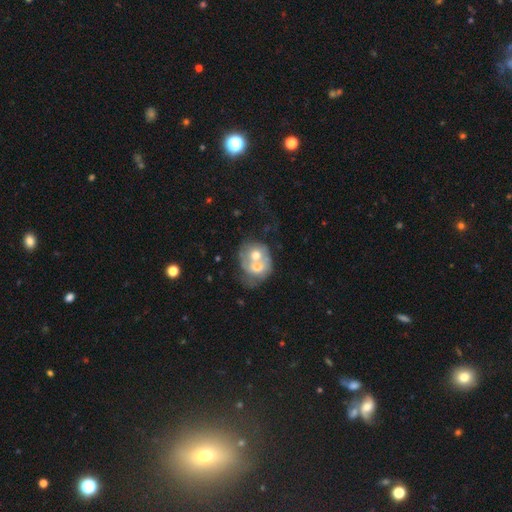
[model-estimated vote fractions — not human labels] A smooth galaxy with no disk features (50%) that is round (65%).

Vote fractions:
- Smooth or featured? smooth: 50% / featured or disk: 42% / star or artifact: 7%
- How rounded? round: 65% / in between: 34% / cigar-shaped: 1%
- Merging? merger: 77% / none: 12% / minor disturbance: 6% / major disturbance: 5%